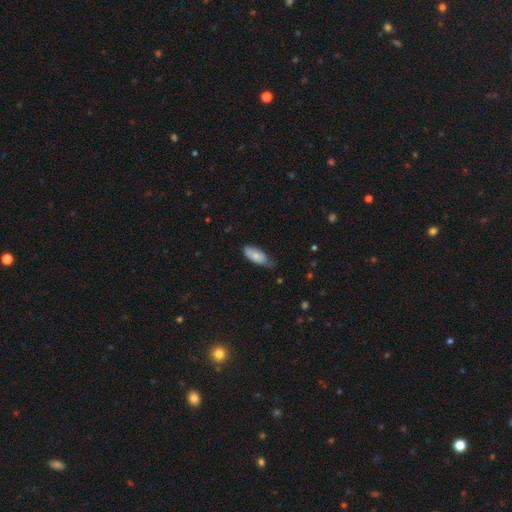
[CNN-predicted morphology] A smooth galaxy with no disk features (76%) that is in between round and cigar-shaped (87%).

Vote fractions:
- Smooth or featured? smooth: 76% / featured or disk: 18% / star or artifact: 6%
- How rounded? in between: 87% / cigar-shaped: 11% / round: 2%
- Merging? none: 49% / minor disturbance: 41% / major disturbance: 8% / merger: 2%